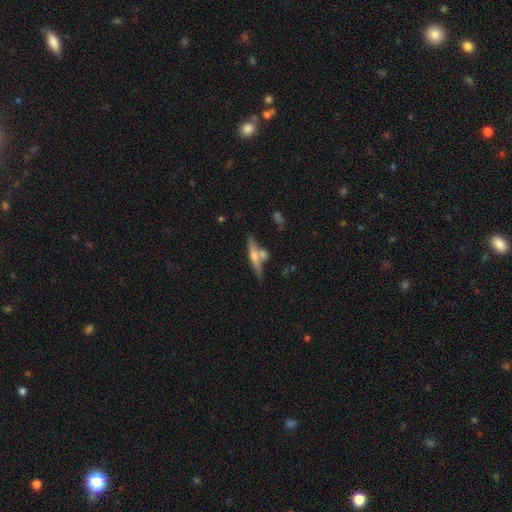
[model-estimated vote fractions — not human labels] Q: Smooth or featured?
A: featured or disk (52%); runner-up: smooth (41%)
Q: Edge-on disk?
A: yes (93%); runner-up: no (7%)
Q: Merging?
A: none (60%); runner-up: merger (23%)